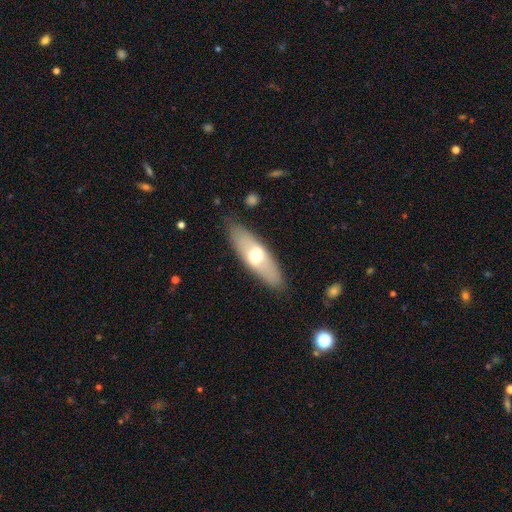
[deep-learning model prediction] smooth-or-featured: smooth: 54% | featured or disk: 40% | star or artifact: 6%
  how-rounded: in between: 56% | cigar-shaped: 41% | round: 2%
  merging: none: 85% | minor disturbance: 11% | major disturbance: 3% | merger: 1%